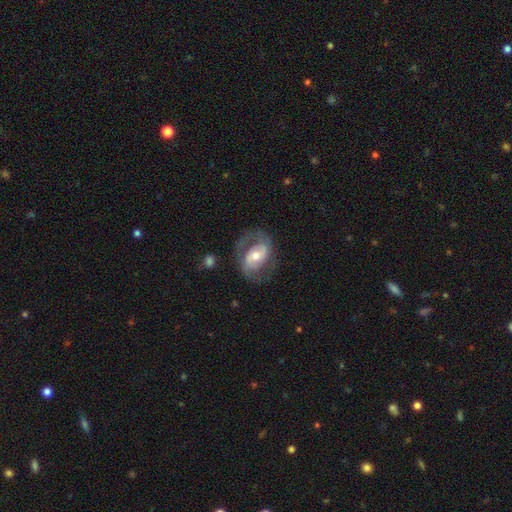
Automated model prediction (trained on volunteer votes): Smooth or featured: featured or disk — 79% (smooth — 15%)
Edge-on disk: no — 97% (yes — 3%)
Bar: weak — 39% (no — 38%)
Spiral arms: yes — 89% (no — 11%)
Spiral winding: medium — 50% (loose — 28%)
Spiral arm count: 2 — 85% (can't tell — 7%)
Bulge size: moderate — 62% (small — 30%)
Merging: none — 66% (minor disturbance — 18%)